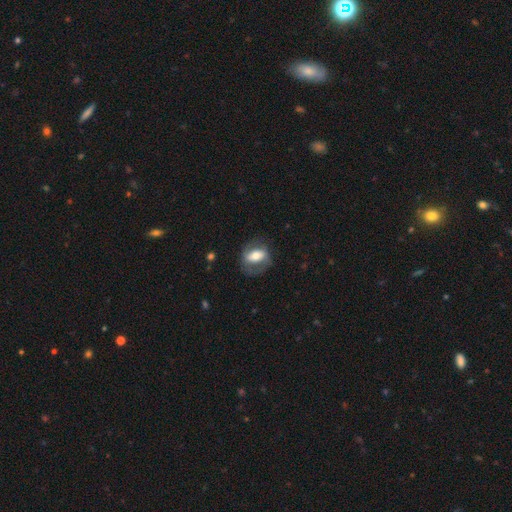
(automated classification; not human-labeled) featured or disk 54%, smooth 40%, star or artifact 6%. Down the decision tree: edge-on disk — no (91%); merging — none (68%).